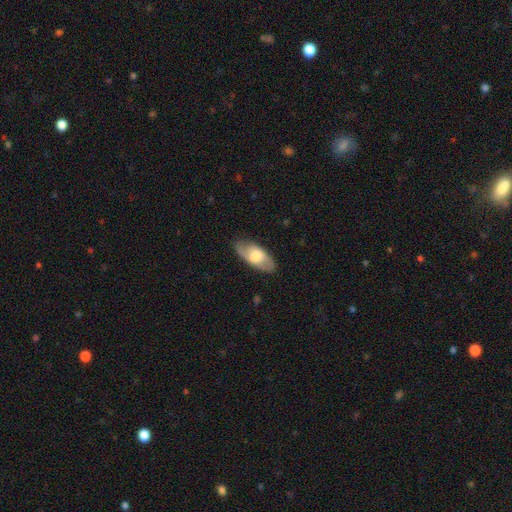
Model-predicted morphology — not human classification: Overall: smooth (50%; featured or disk 44%). How rounded: in between (87%). Merging: none (82%).